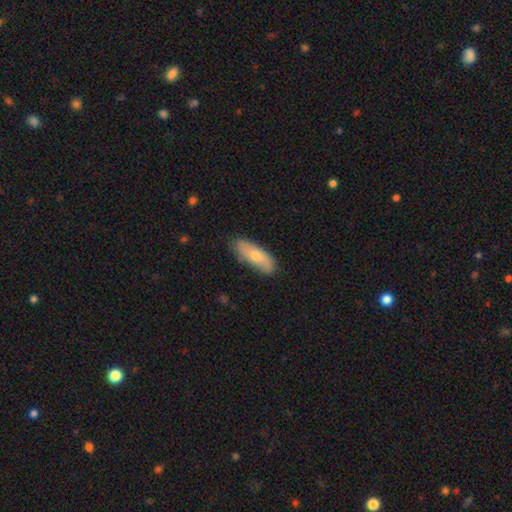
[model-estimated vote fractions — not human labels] A smooth galaxy with no disk features (64%) that is in between round and cigar-shaped (66%). Merging: none (77%).